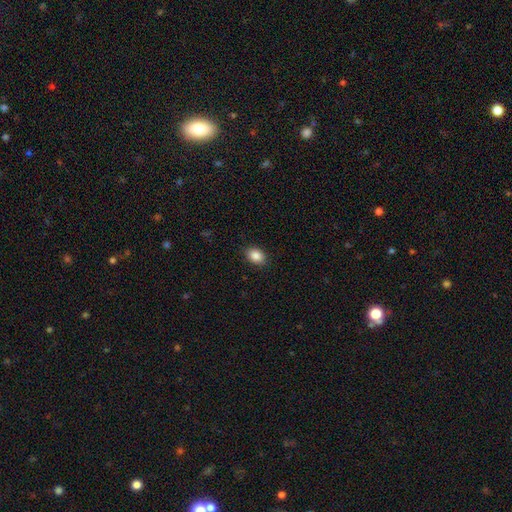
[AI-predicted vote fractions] The model was most divided on "how rounded": in between: 75%, round: 24%, cigar-shaped: 1%. More confident: merging — none (89%); smooth or featured — smooth (87%).